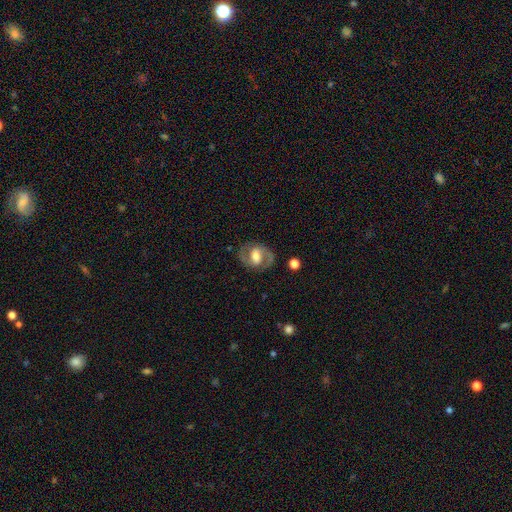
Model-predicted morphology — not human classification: Smooth or featured? Predicted: featured or disk (p=0.75). Edge-on disk? Predicted: no (p=0.96). Bar? Predicted: weak (p=0.44). Spiral arms? Predicted: yes (p=0.87). Spiral winding? Predicted: medium (p=0.55). Spiral arm count? Predicted: 2 (p=0.89). Bulge size? Predicted: moderate (p=0.53). Merging? Predicted: none (p=0.80).